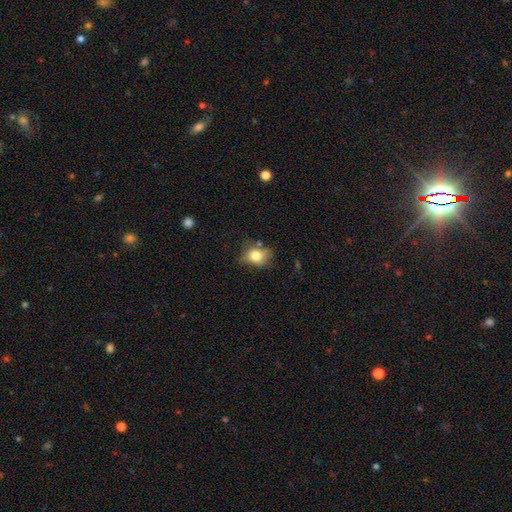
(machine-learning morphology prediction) type=smooth (78%); roundness=in between (57%); merging=none (57%).